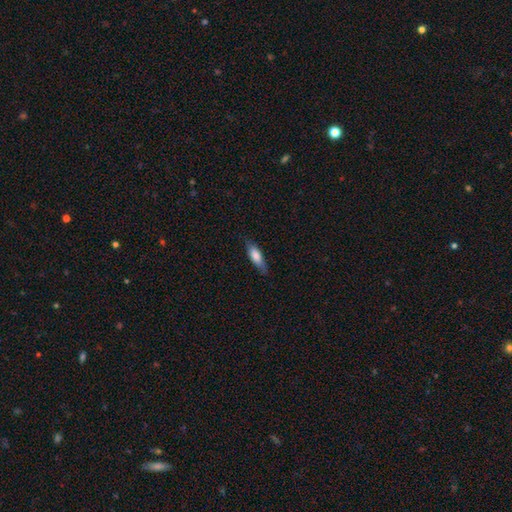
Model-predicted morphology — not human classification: smooth_or_featured: smooth (p=0.73) [alt: featured or disk p=0.21]
how_rounded: cigar-shaped (p=0.52) [alt: in between p=0.46]
merging: none (p=0.79) [alt: minor disturbance p=0.16]